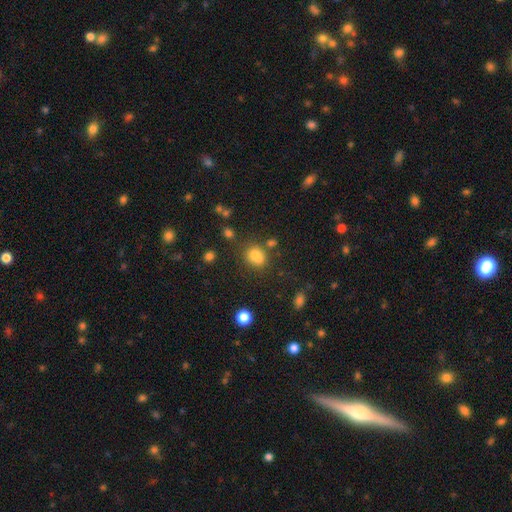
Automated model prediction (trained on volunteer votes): The model was most divided on "how rounded": round: 51%, in between: 47%, cigar-shaped: 1%. More confident: smooth or featured — smooth (79%); merging — none (59%).